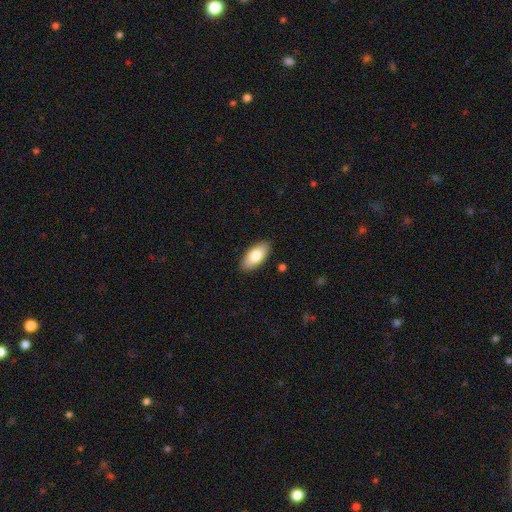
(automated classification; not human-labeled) This appears to be a smooth galaxy with no disk features (80%) that is in between round and cigar-shaped (92%). Merging: none (89%).